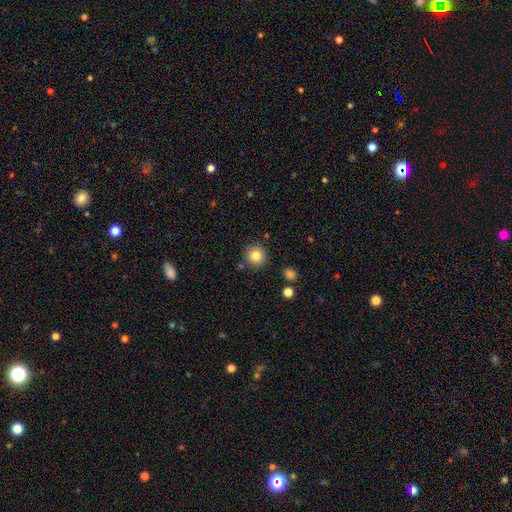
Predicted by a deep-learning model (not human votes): Smooth or featured? smooth (83%)
How rounded? round (92%)
Merging? none (86%)